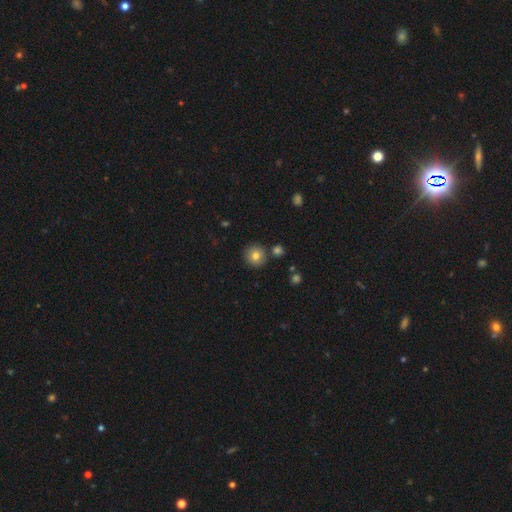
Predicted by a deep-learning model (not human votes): smooth-or-featured: smooth: 80% | star or artifact: 11% | featured or disk: 9%
  how-rounded: round: 93% | in between: 6% | cigar-shaped: 1%
  merging: none: 82% | merger: 8% | minor disturbance: 8% | major disturbance: 2%